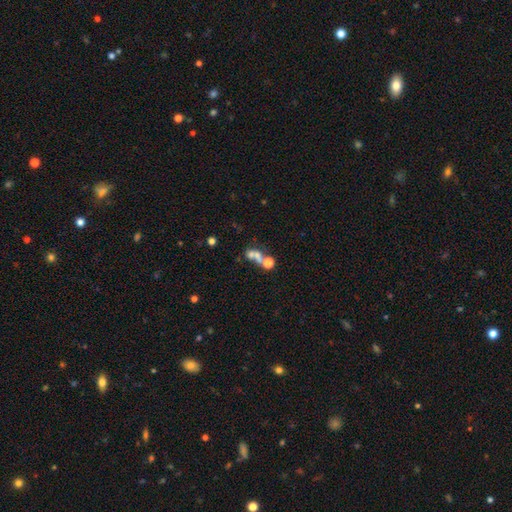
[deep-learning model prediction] Smooth or featured? Predicted: smooth (p=0.53). How rounded? Predicted: round (p=0.58). Merging? Predicted: merger (p=0.56).